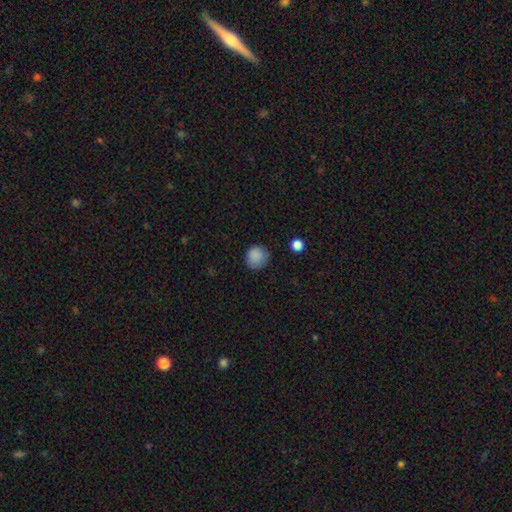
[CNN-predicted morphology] This is clearly a smooth galaxy (87%). How rounded: clearly round (90%). Merging: clearly none (82%).